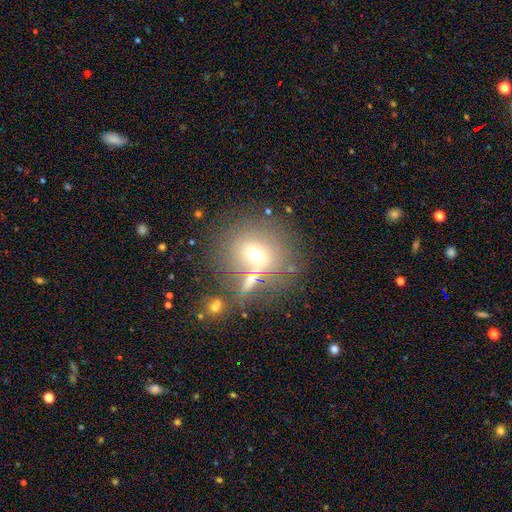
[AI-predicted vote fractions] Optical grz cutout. It shows a smooth galaxy with no disk features (60%) that is round (75%). Merging: none (56%).